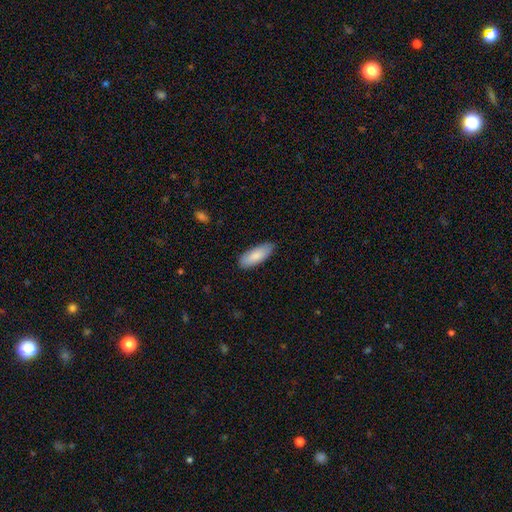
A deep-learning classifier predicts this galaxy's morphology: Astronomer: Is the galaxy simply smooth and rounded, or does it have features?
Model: smooth — 87%.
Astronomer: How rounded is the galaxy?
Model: in between — 78%.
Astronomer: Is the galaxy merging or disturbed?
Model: none — 84%.